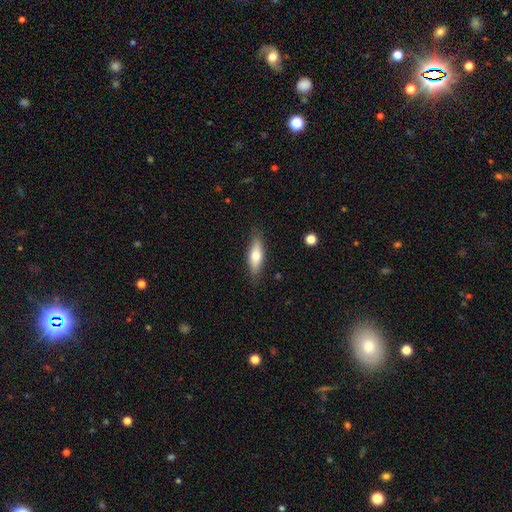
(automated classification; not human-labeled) Morphology: type=smooth (65%); roundness=cigar-shaped (49%, tied with in between); merging=none (85%).